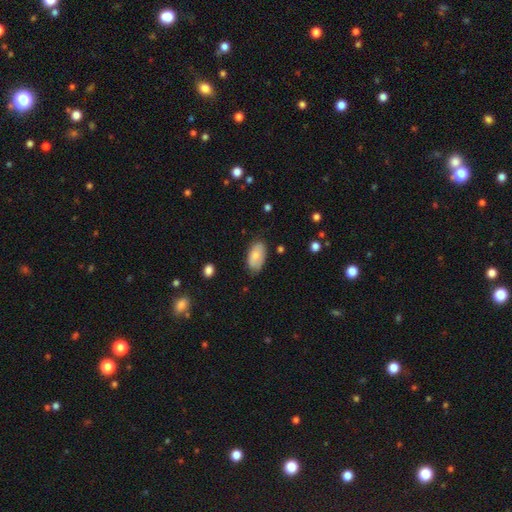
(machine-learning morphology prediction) smooth-or-featured: smooth: 77% | featured or disk: 17% | star or artifact: 7%
  how-rounded: in between: 95% | round: 3% | cigar-shaped: 2%
  merging: none: 71% | minor disturbance: 23% | major disturbance: 4% | merger: 2%